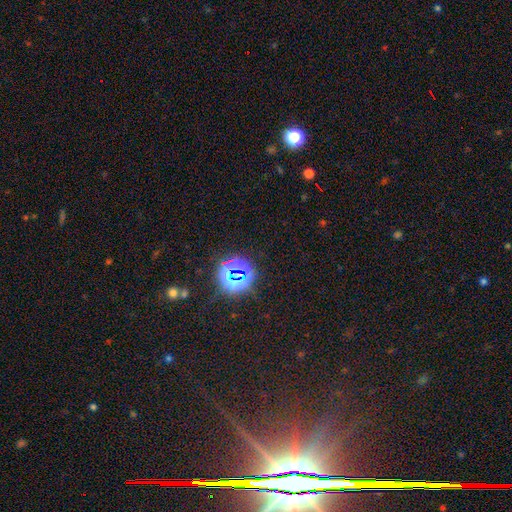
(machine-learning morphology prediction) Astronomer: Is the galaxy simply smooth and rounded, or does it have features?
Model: star or artifact — 79%.